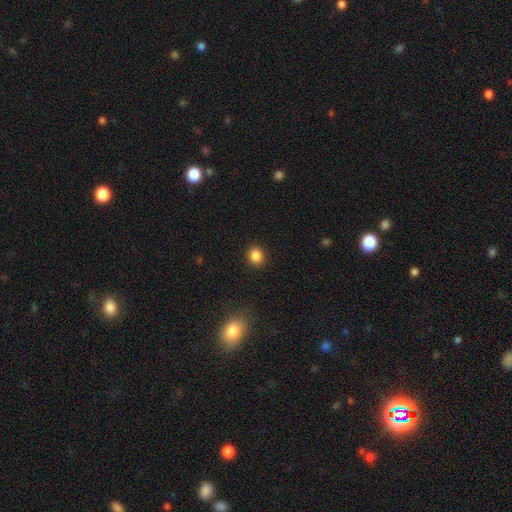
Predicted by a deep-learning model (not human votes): This is clearly a smooth galaxy (86%). How rounded: likely round (74%). Merging: clearly none (90%).